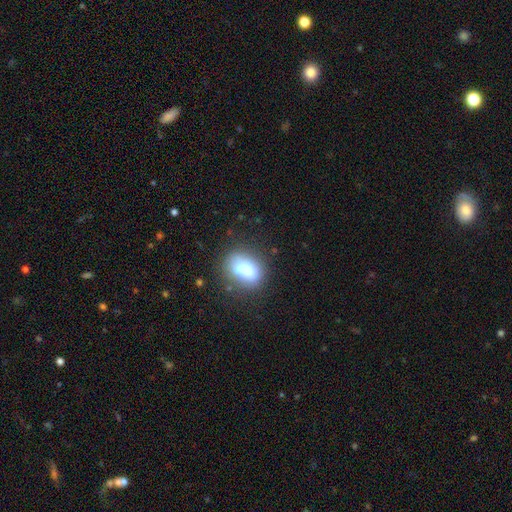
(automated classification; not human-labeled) smooth-or-featured: smooth: 73% | featured or disk: 15% | star or artifact: 12%
  how-rounded: in between: 76% | round: 19% | cigar-shaped: 5%
  merging: none: 69% | minor disturbance: 19% | major disturbance: 7% | merger: 4%